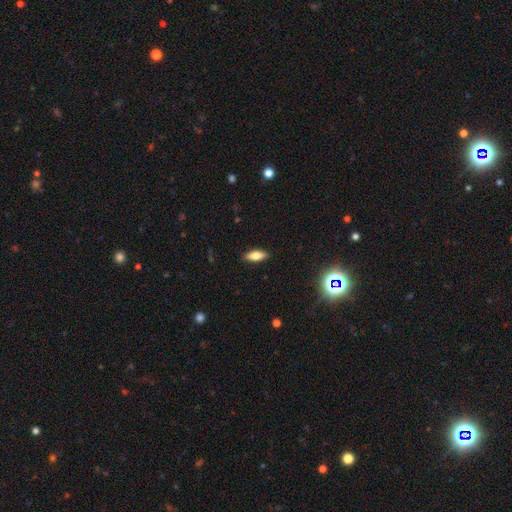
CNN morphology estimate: smooth 70%, featured or disk 22%, star or artifact 8%. Down the decision tree: how rounded — in between (72%); merging — none (88%).